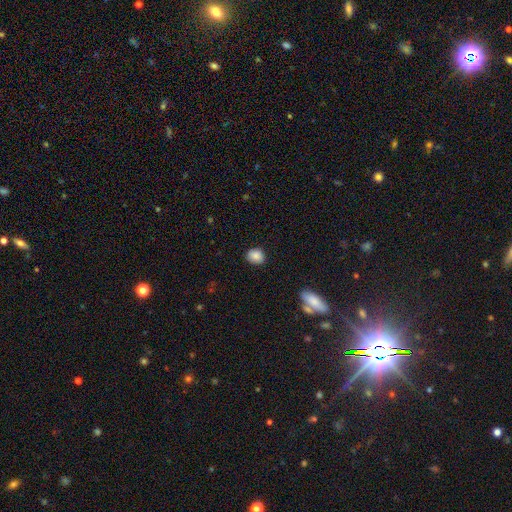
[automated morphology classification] Smooth or featured: smooth — 86% (star or artifact — 8%)
How rounded: round — 65% (in between — 34%)
Merging: none — 84% (minor disturbance — 12%)